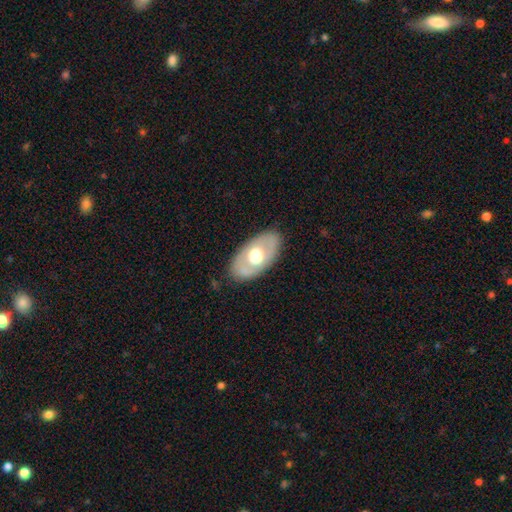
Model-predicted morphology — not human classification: A featured or disk galaxy (48%).

Vote fractions:
- Smooth or featured? featured or disk: 48% / smooth: 47% / star or artifact: 5%
- Merging? none: 82% / minor disturbance: 13% / major disturbance: 4% / merger: 1%